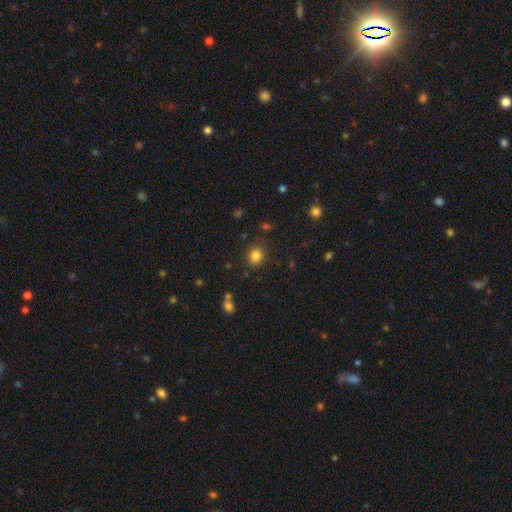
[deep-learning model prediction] Smooth or featured? Predicted: smooth (p=0.83). How rounded? Predicted: round (p=0.82). Merging? Predicted: none (p=0.84).